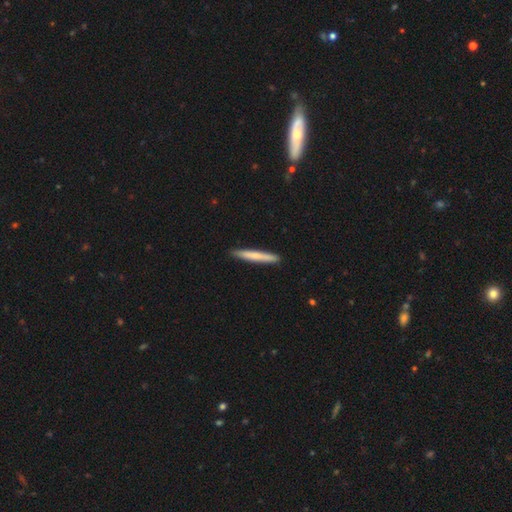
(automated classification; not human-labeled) smooth_or_featured: smooth (p=0.70) [alt: featured or disk p=0.25]
how_rounded: cigar-shaped (p=0.96) [alt: in between p=0.03]
merging: none (p=0.92) [alt: minor disturbance p=0.06]